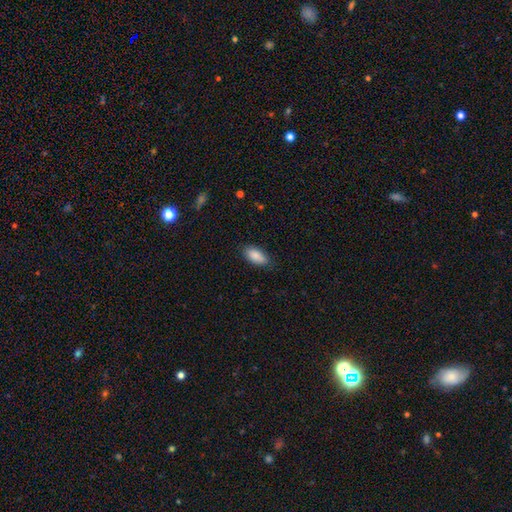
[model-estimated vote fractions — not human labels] This appears to be a smooth galaxy with no disk features (88%) that is in between round and cigar-shaped (91%). Merging: none (83%).